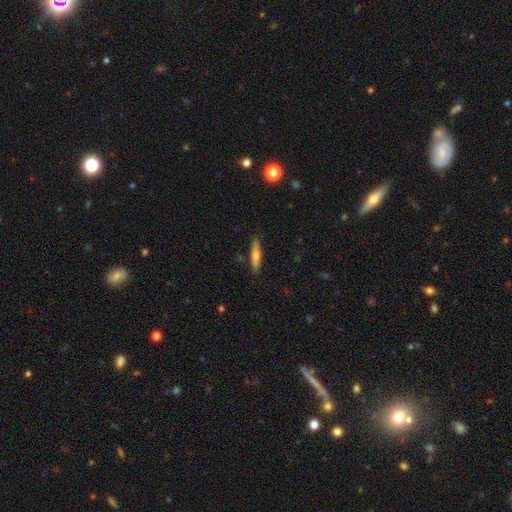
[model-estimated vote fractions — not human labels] Smooth or featured: smooth — 60% (featured or disk — 34%)
How rounded: cigar-shaped — 85% (in between — 14%)
Merging: none — 87% (minor disturbance — 10%)